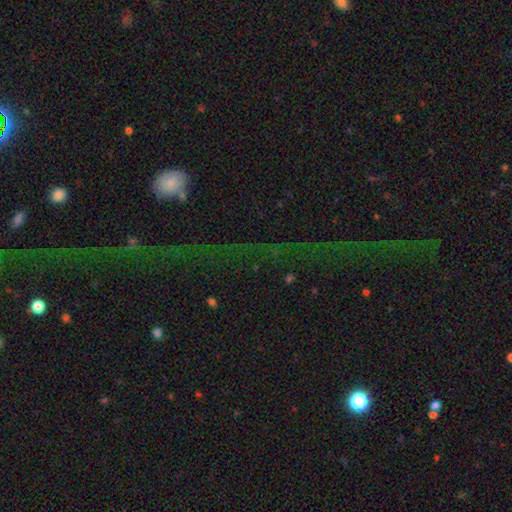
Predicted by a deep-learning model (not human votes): A star or artifact, not a galaxy (71%).